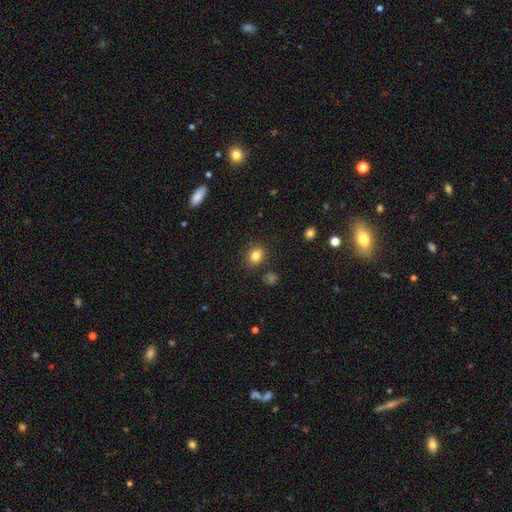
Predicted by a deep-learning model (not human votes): A smooth galaxy with no disk features (82%) that is round (62%). Merging: none (84%).